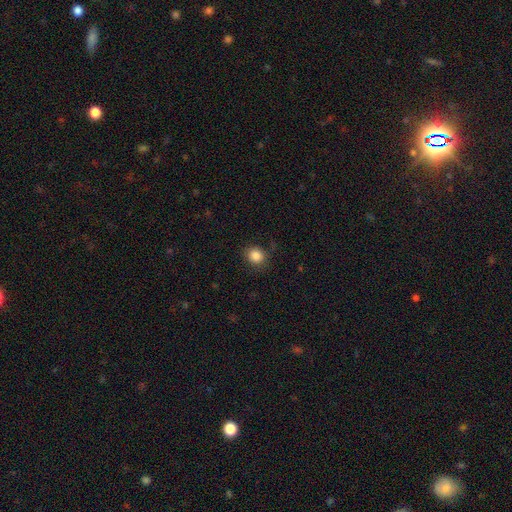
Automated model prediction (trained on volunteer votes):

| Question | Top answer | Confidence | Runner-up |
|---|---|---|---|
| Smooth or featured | smooth | 85% | star or artifact (10%) |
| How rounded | round | 84% | in between (15%) |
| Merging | none | 84% | minor disturbance (12%) |